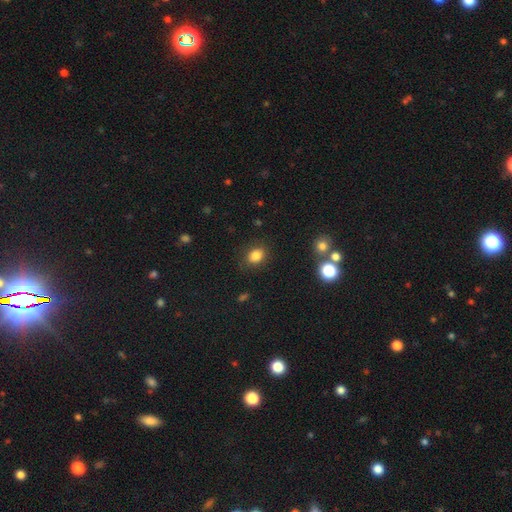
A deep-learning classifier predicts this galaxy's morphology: Smooth or featured: smooth — 84% (star or artifact — 11%)
How rounded: in between — 59% (round — 40%)
Merging: none — 83% (minor disturbance — 11%)